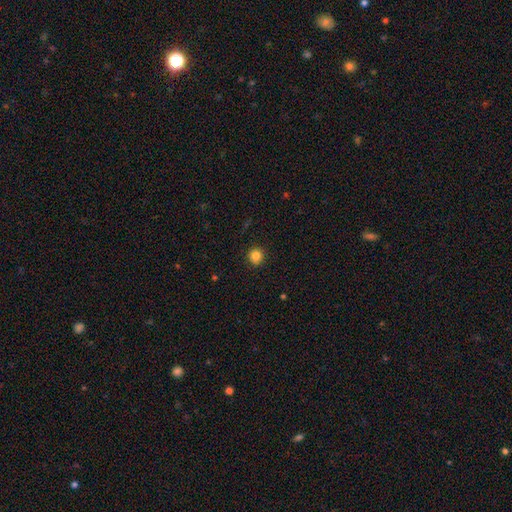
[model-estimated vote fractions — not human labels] This appears to be a smooth galaxy with no disk features (84%) that is round (91%). Merging: none (91%).